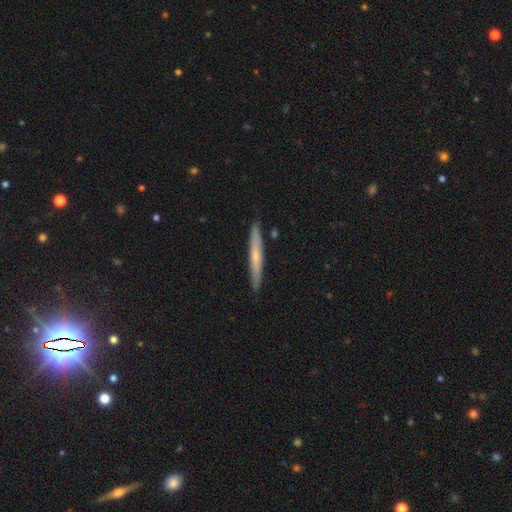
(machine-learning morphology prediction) Smooth or featured?
  - smooth: 51% *
  - featured or disk: 44%
  - star or artifact: 6%
How rounded?
  - cigar-shaped: 96% *
  - in between: 3%
  - round: 1%
Merging?
  - none: 90% *
  - minor disturbance: 7%
  - merger: 2%
  - major disturbance: 1%